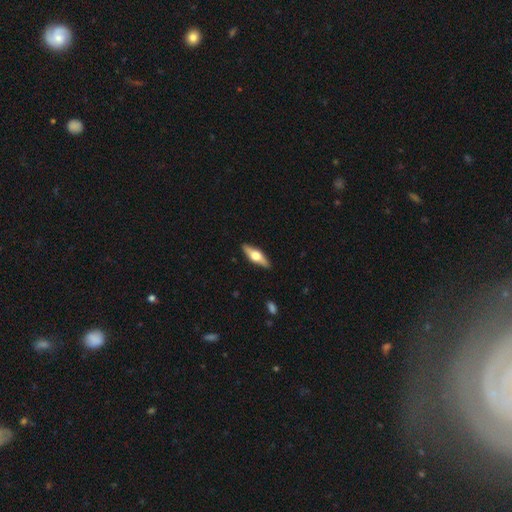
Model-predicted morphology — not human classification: Q: Smooth or featured?
A: featured or disk (60%); runner-up: smooth (35%)
Q: Edge-on disk?
A: yes (93%); runner-up: no (7%)
Q: Edge-on bulge?
A: rounded (95%); runner-up: boxy (4%)
Q: Merging?
A: none (89%); runner-up: minor disturbance (8%)